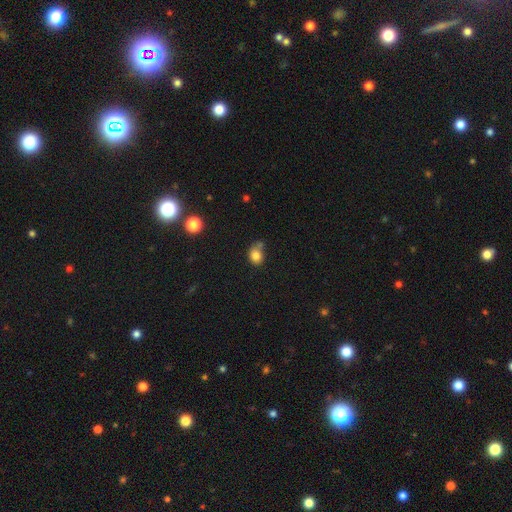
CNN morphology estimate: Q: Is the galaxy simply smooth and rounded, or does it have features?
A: smooth — 80%.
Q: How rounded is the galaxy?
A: round — 53%.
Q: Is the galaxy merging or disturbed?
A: none — 49%.